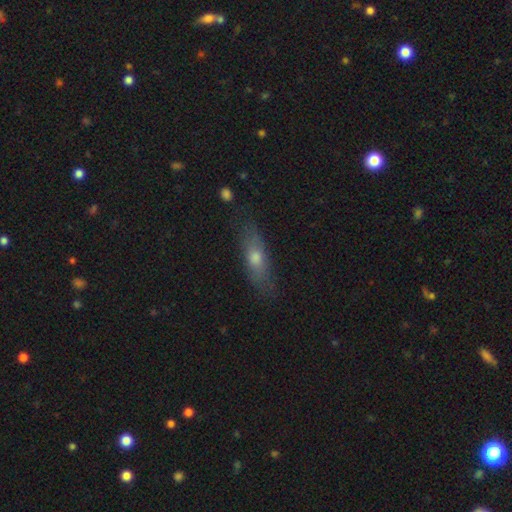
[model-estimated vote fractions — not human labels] A smooth galaxy with no disk features (60%) that is cigar-shaped (49%). Merging: none (78%).